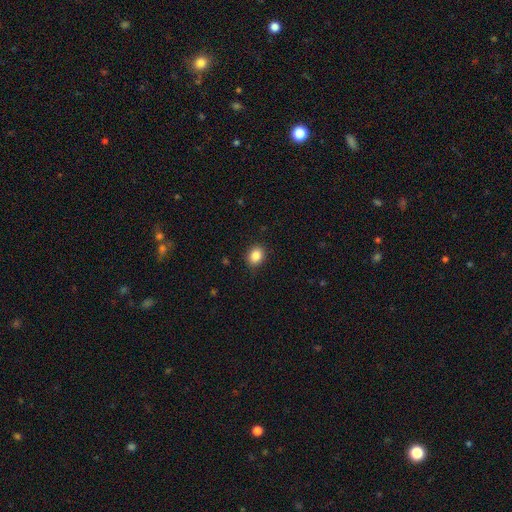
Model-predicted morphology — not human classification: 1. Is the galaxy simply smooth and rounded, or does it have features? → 86% smooth, 9% star or artifact, 4% featured or disk.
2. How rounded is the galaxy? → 51% round, 49% in between, 1% cigar-shaped.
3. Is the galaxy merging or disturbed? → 89% none, 8% minor disturbance, 2% major disturbance, 1% merger.